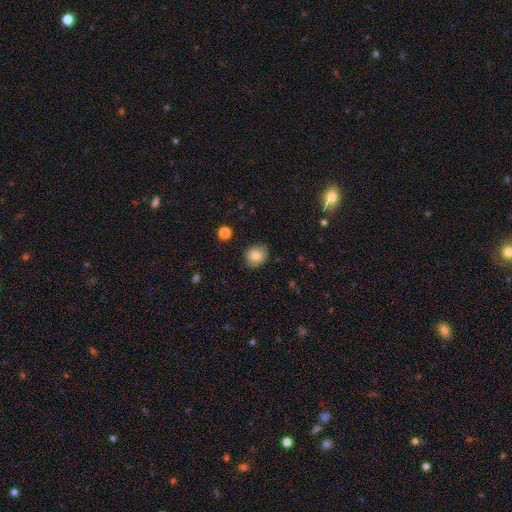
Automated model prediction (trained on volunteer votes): Smooth or featured?
  - smooth: 81% *
  - featured or disk: 10%
  - star or artifact: 9%
How rounded?
  - round: 75% *
  - in between: 24%
  - cigar-shaped: 1%
Merging?
  - none: 82% *
  - minor disturbance: 14%
  - major disturbance: 3%
  - merger: 1%